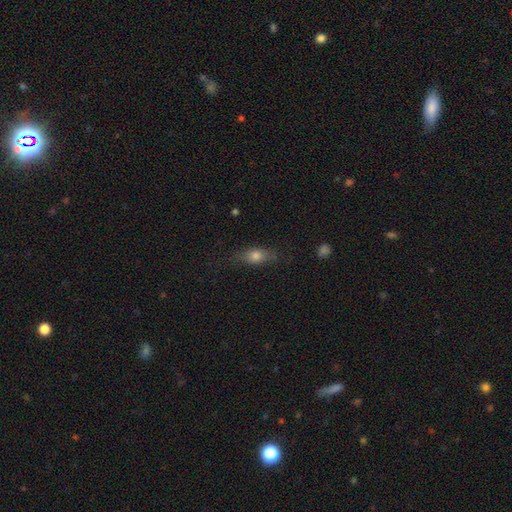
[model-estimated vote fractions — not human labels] A smooth galaxy with no disk features (67%) that is in between round and cigar-shaped (69%). Merging: none (73%).